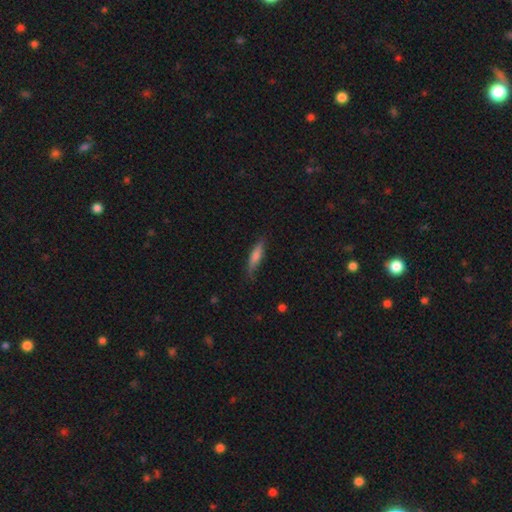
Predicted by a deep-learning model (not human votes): smooth_or_featured: smooth (p=0.63) [alt: featured or disk p=0.29]
how_rounded: cigar-shaped (p=0.84) [alt: in between p=0.15]
merging: none (p=0.78) [alt: minor disturbance p=0.17]